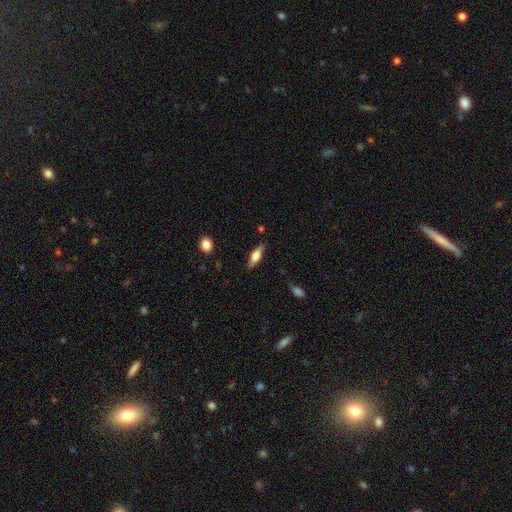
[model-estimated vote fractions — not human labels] smooth_or_featured: smooth (p=0.47) [alt: featured or disk p=0.46]
merging: none (p=0.83) [alt: minor disturbance p=0.13]